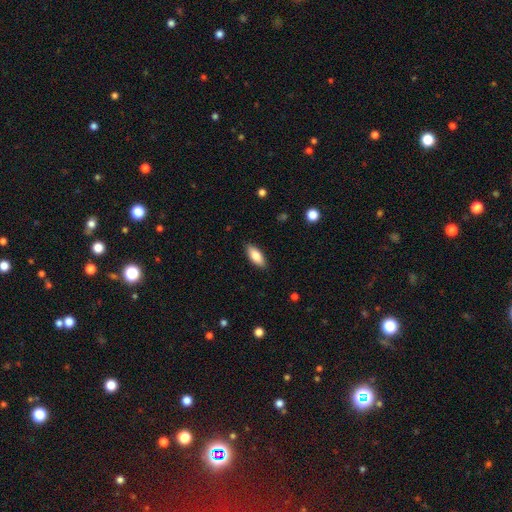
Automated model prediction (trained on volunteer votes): smooth-or-featured: smooth: 82% | featured or disk: 12% | star or artifact: 6%
  how-rounded: in between: 79% | cigar-shaped: 19% | round: 2%
  merging: none: 88% | minor disturbance: 9% | major disturbance: 2% | merger: 1%